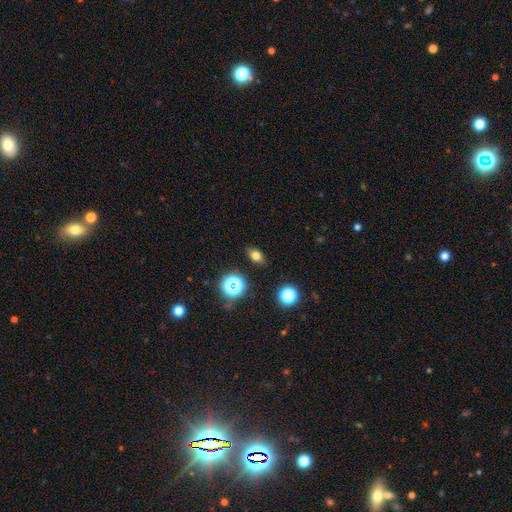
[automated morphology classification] This is likely a smooth galaxy (71%). How rounded: likely in between (74%). Merging: clearly none (86%).